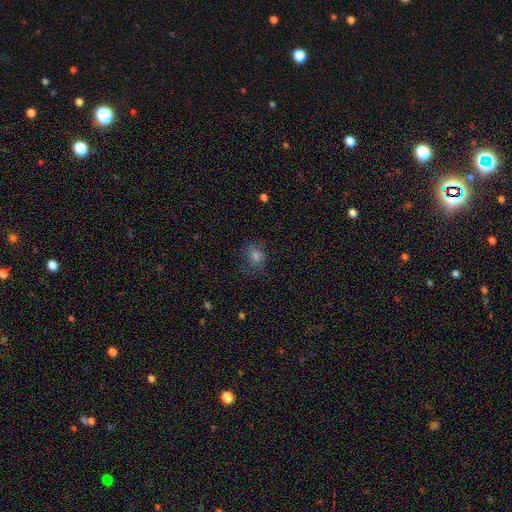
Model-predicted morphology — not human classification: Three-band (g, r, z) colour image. It shows a smooth galaxy with no disk features (68%) that is round (56%). Merging: none (66%).